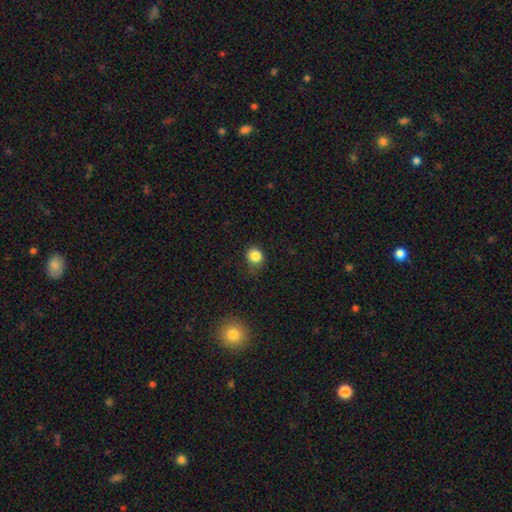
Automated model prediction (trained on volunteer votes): Overall: smooth (85%). How rounded: round (80%). Merging: none (69%).